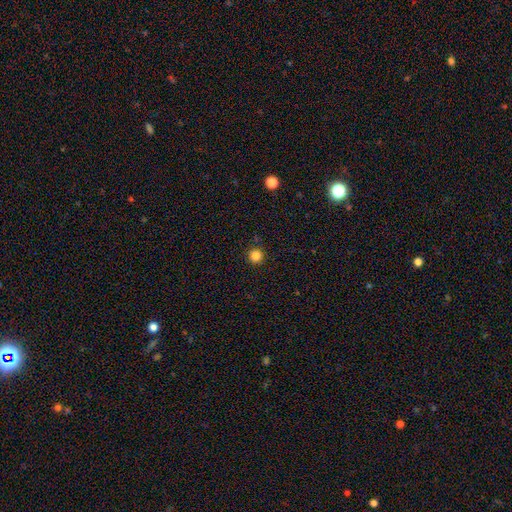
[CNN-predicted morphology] type=smooth (85%); roundness=round (96%); merging=none (91%).